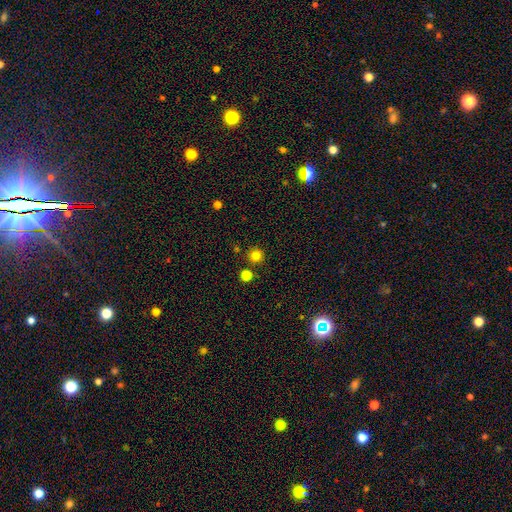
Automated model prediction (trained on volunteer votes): Overall: smooth (81%). How rounded: round (95%). Merging: none (86%).